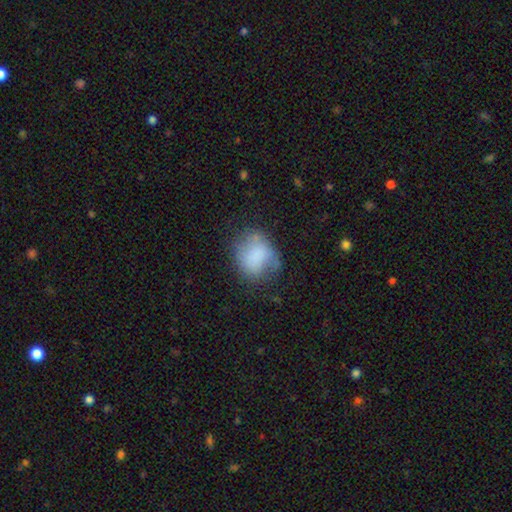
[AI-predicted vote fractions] This appears to be a smooth galaxy with no disk features (71%) that is in between round and cigar-shaped (54%). Merging: none (43%).